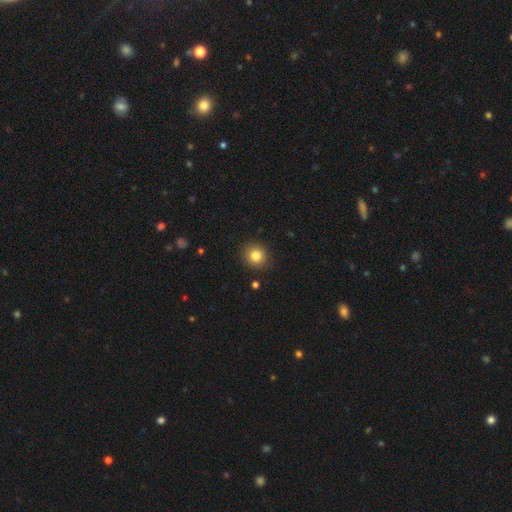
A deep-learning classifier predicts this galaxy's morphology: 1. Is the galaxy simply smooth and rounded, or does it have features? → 83% smooth, 11% star or artifact, 6% featured or disk.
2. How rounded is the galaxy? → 91% round, 8% in between, 1% cigar-shaped.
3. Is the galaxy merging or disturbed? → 91% none, 6% minor disturbance, 2% major disturbance, 1% merger.